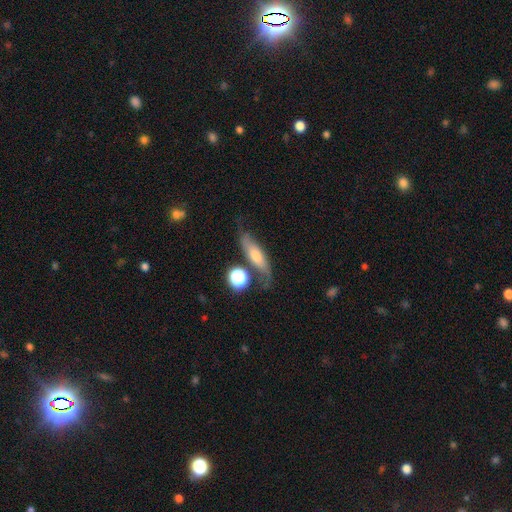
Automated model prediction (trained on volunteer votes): The model was most divided on "smooth or featured": featured or disk: 49%, smooth: 42%, star or artifact: 10%. More confident: merging — none (57%).